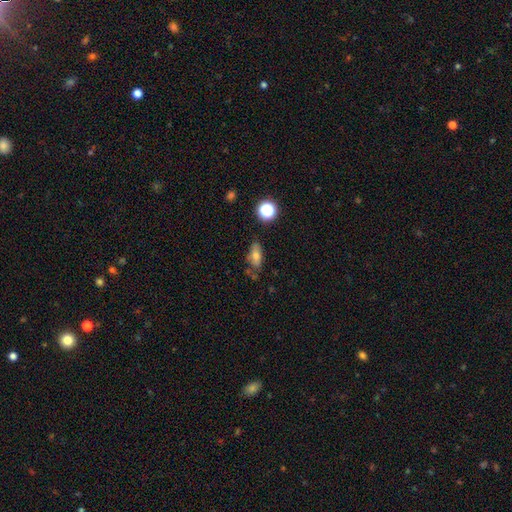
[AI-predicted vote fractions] smooth-or-featured: smooth: 69% | featured or disk: 18% | star or artifact: 13%
  how-rounded: in between: 79% | cigar-shaped: 12% | round: 9%
  merging: none: 62% | minor disturbance: 25% | major disturbance: 7% | merger: 6%